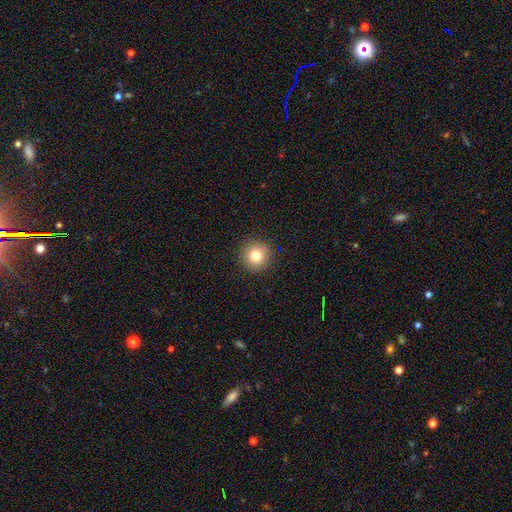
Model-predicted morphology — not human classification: Overall: smooth (80%). How rounded: round (95%). Merging: none (91%).